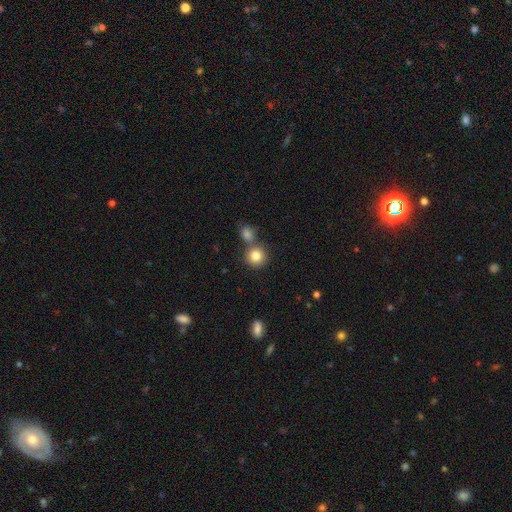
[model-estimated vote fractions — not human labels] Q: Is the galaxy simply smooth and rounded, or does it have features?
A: smooth — 83%.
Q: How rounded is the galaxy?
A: round — 89%.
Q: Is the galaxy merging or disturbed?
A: none — 58%.